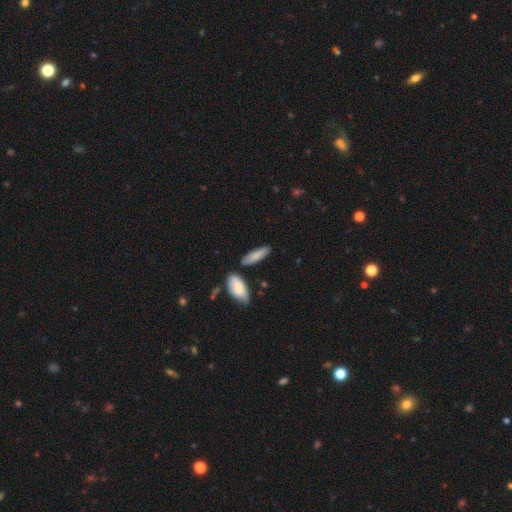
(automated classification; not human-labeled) Morphology: type=smooth (81%); roundness=cigar-shaped (53%); merging=none (76%).